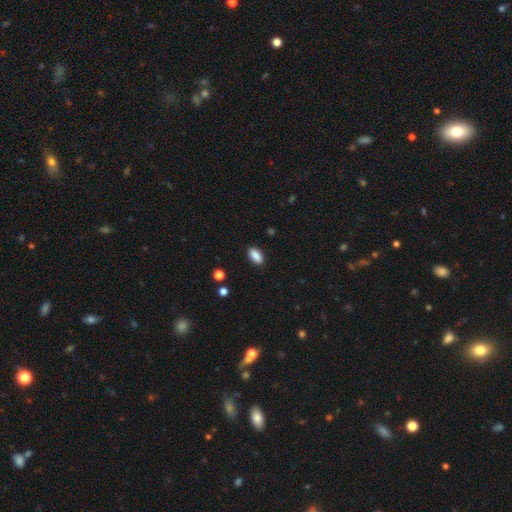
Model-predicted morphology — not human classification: Smooth or featured? Predicted: smooth (p=0.89). How rounded? Predicted: in between (p=0.91). Merging? Predicted: none (p=0.89).